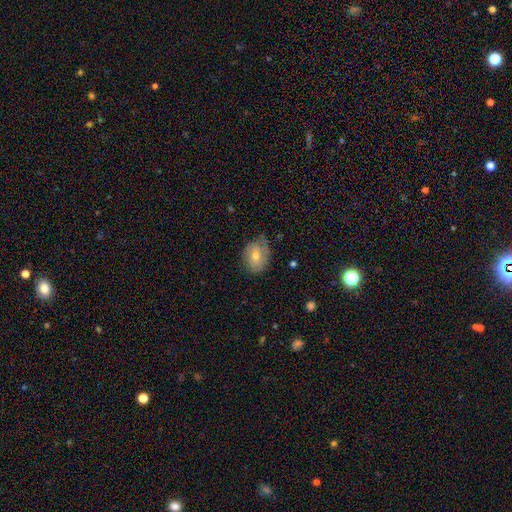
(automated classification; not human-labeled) This is possibly a featured or disk galaxy (45%, tied with smooth). Merging: likely none (63%).